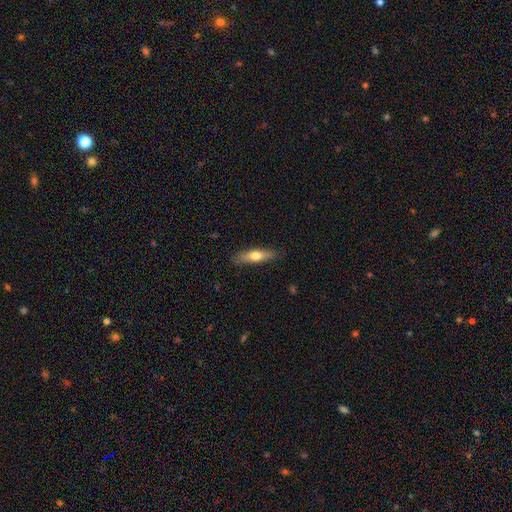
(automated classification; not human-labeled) A smooth galaxy with no disk features (58%) that is cigar-shaped (70%). Merging: none (86%).